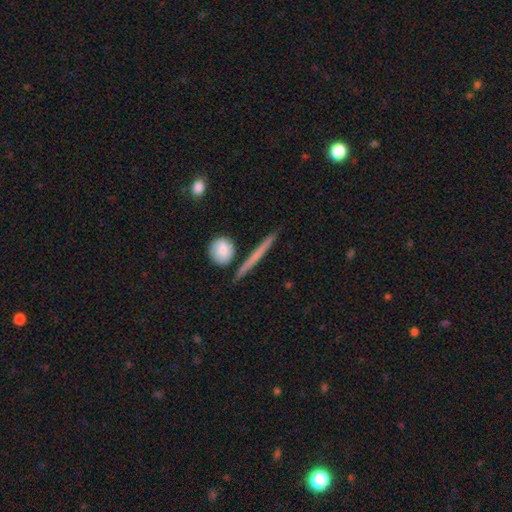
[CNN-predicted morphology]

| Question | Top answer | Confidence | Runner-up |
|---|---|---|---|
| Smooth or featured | smooth | 47% | featured or disk (45%) |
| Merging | none | 85% | minor disturbance (8%) |